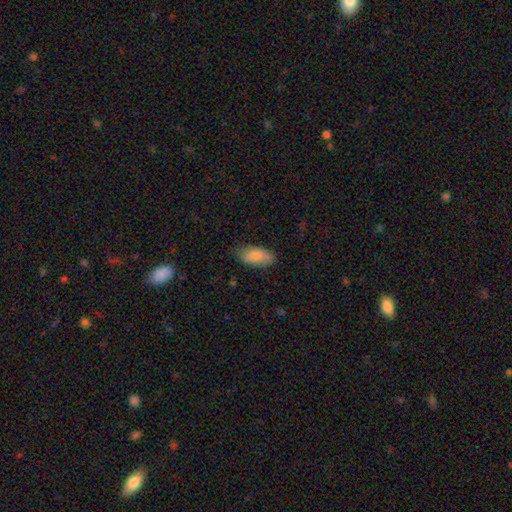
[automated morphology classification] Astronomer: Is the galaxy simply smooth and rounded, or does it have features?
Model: smooth — 80%.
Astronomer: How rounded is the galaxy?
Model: in between — 90%.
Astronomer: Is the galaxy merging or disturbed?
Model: none — 80%.